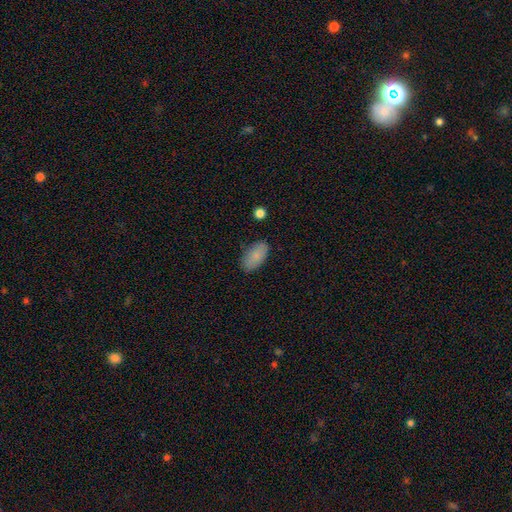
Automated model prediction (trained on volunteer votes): smooth 83%, featured or disk 9%, star or artifact 7%. Down the decision tree: how rounded — in between (94%); merging — none (81%).